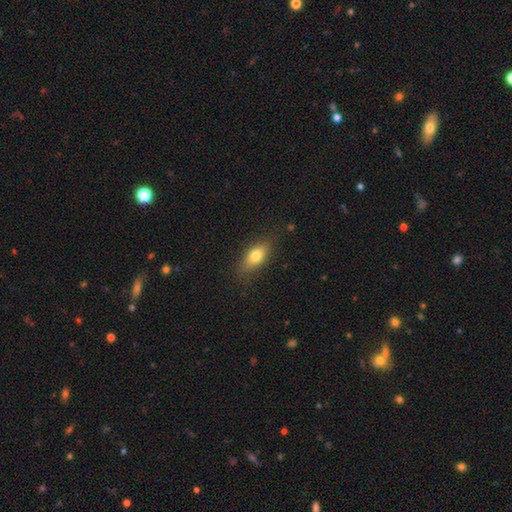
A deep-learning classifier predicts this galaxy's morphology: This appears to be a smooth galaxy with no disk features (75%) that is in between round and cigar-shaped (81%). Merging: none (80%).